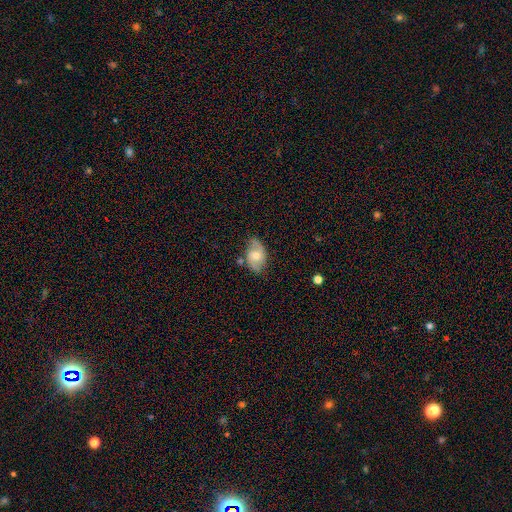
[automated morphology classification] Smooth or featured?
  - featured or disk: 63% *
  - smooth: 30%
  - star or artifact: 7%
Edge-on disk?
  - no: 96% *
  - yes: 4%
Bar?
  - no: 60% *
  - weak: 34%
  - strong: 6%
Spiral arms?
  - yes: 88% *
  - no: 12%
Spiral winding?
  - medium: 45% *
  - loose: 35%
  - tight: 20%
Spiral arm count?
  - 2: 86% *
  - can't tell: 8%
  - 1: 4%
  - 3: 1%
  - 4: 1%
  - more than 4: 1%
Bulge size?
  - moderate: 64% *
  - small: 28%
  - large: 5%
  - none: 2%
  - dominant: 1%
Merging?
  - none: 73% *
  - minor disturbance: 20%
  - major disturbance: 5%
  - merger: 3%